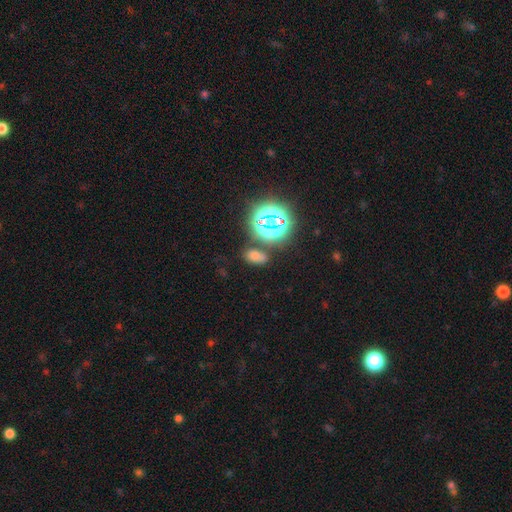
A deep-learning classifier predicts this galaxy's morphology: smooth_or_featured: smooth (p=0.59) [alt: star or artifact p=0.33]
how_rounded: in between (p=0.87) [alt: round p=0.10]
merging: none (p=0.75) [alt: minor disturbance p=0.12]